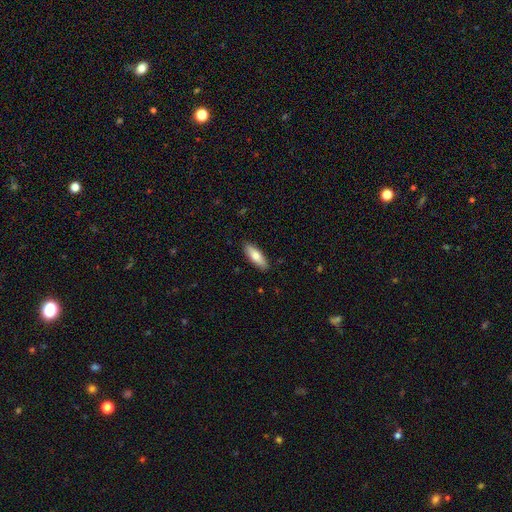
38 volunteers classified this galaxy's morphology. smooth-or-featured: smooth: 82% | featured or disk: 11% | star or artifact: 8%
  how-rounded: cigar-shaped: 52% | in between: 48% | round: 0%
  merging: none: 89% | minor disturbance: 9% | major disturbance: 3% | merger: 0%